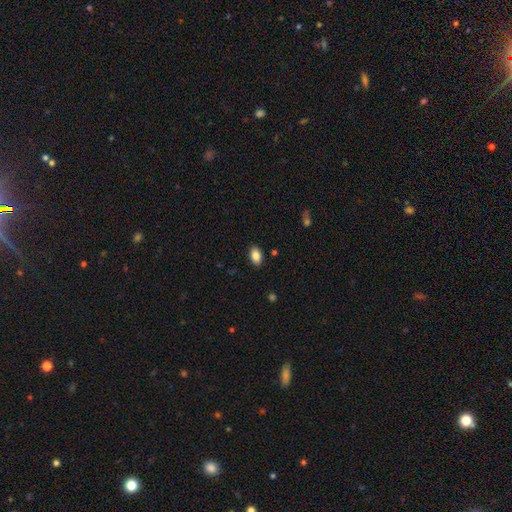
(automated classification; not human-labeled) smooth-or-featured: smooth: 86% | star or artifact: 8% | featured or disk: 6%
  how-rounded: in between: 88% | round: 10% | cigar-shaped: 2%
  merging: none: 89% | minor disturbance: 8% | major disturbance: 2% | merger: 1%